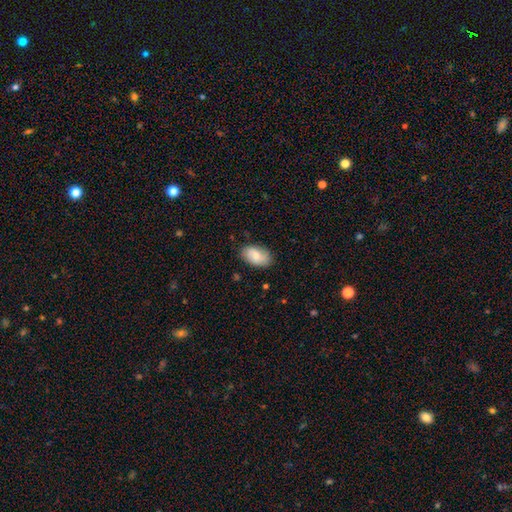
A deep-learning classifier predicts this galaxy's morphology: This is likely a smooth galaxy (75%). How rounded: clearly in between (93%). Merging: clearly none (81%).